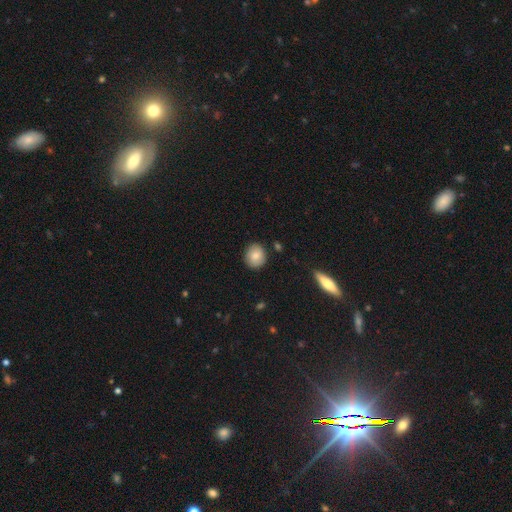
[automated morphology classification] smooth_or_featured: smooth (p=0.80) [alt: featured or disk p=0.12]
how_rounded: round (p=0.80) [alt: in between p=0.19]
merging: none (p=0.87) [alt: minor disturbance p=0.10]